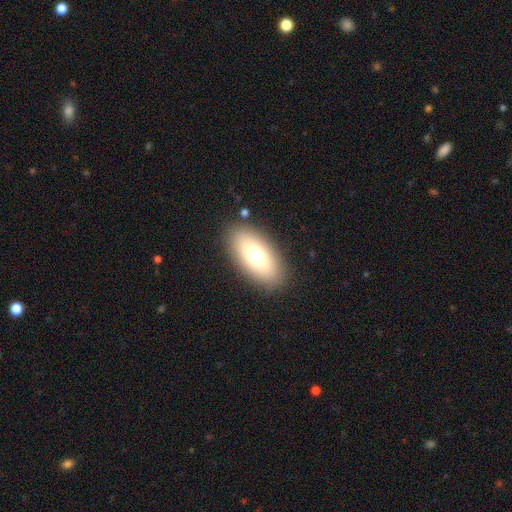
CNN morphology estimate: smooth 72%, featured or disk 20%, star or artifact 8%. Down the decision tree: how rounded — in between (89%); merging — none (86%).